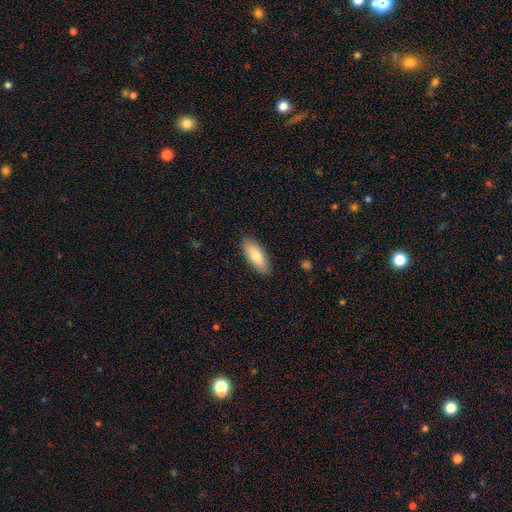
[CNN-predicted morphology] A smooth galaxy with no disk features (77%) that is in between round and cigar-shaped (73%). Merging: none (88%).